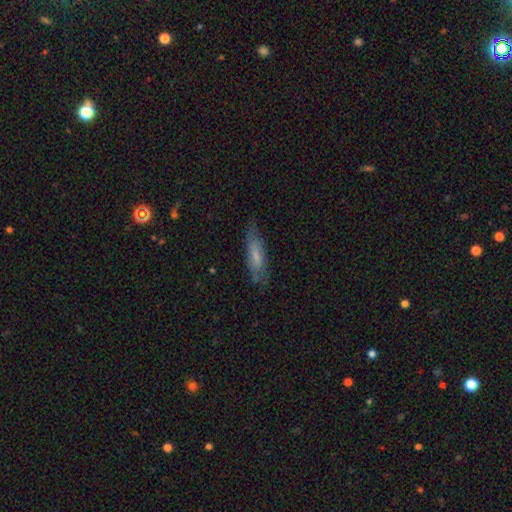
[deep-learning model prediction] A smooth galaxy with no disk features (54%) that is cigar-shaped (61%). Merging: none (73%).